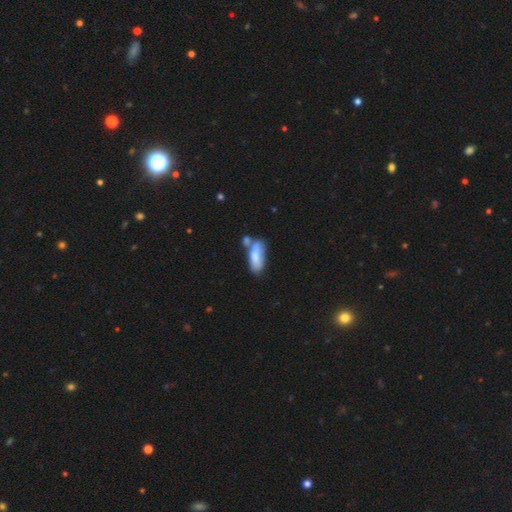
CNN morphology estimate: The model was most divided on "merging": none: 38%, merger: 34%, minor disturbance: 19%, major disturbance: 8%. More confident: smooth or featured — smooth (73%); how rounded — in between (72%).